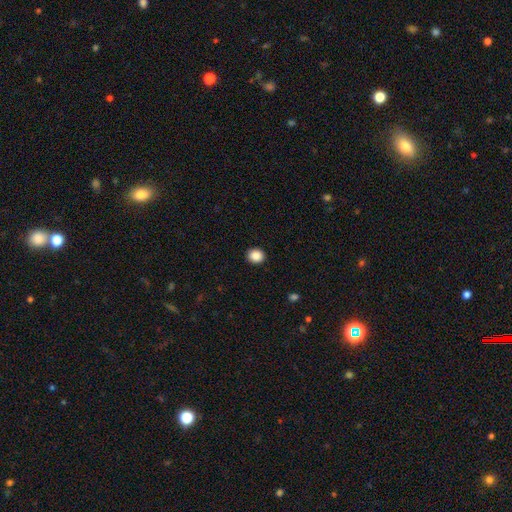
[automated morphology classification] A smooth galaxy with no disk features (89%) that is round (74%).

Vote fractions:
- Smooth or featured? smooth: 89% / star or artifact: 9% / featured or disk: 3%
- How rounded? round: 74% / in between: 25% / cigar-shaped: 1%
- Merging? none: 92% / minor disturbance: 5% / major disturbance: 2% / merger: 1%